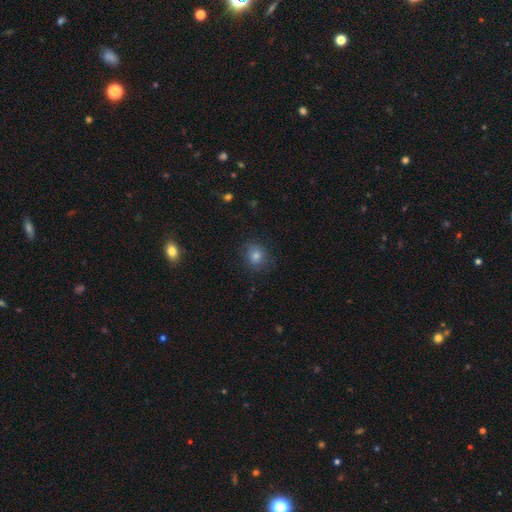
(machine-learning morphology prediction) Smooth or featured?
  - smooth: 74% *
  - star or artifact: 15%
  - featured or disk: 11%
How rounded?
  - round: 76% *
  - in between: 23%
  - cigar-shaped: 1%
Merging?
  - none: 80% *
  - minor disturbance: 14%
  - major disturbance: 5%
  - merger: 1%